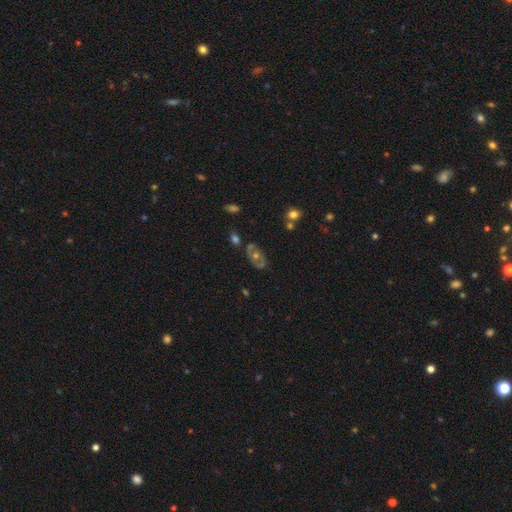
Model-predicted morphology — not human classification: type=featured or disk (58%); edge-on=no (92%); bar=no (82%); spiral arms=no (53%); bulge=moderate (61%); merging=none (69%).